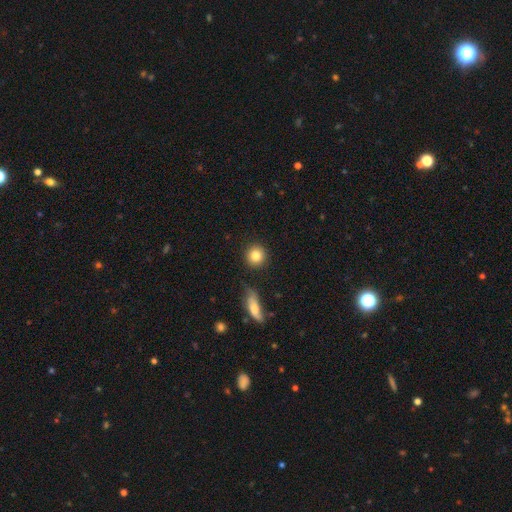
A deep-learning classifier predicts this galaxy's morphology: A smooth galaxy with no disk features (83%) that is round (91%).

Vote fractions:
- Smooth or featured? smooth: 83% / star or artifact: 9% / featured or disk: 8%
- How rounded? round: 91% / in between: 8% / cigar-shaped: 1%
- Merging? none: 86% / minor disturbance: 8% / merger: 4% / major disturbance: 3%